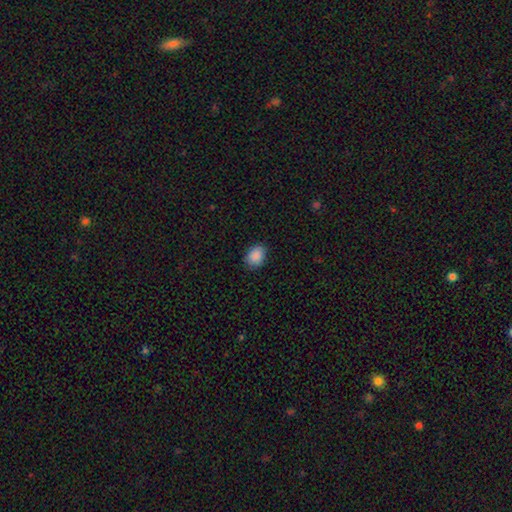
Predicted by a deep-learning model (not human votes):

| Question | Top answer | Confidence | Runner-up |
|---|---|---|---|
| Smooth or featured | smooth | 89% | star or artifact (8%) |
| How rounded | in between | 66% | round (33%) |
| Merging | none | 85% | minor disturbance (11%) |